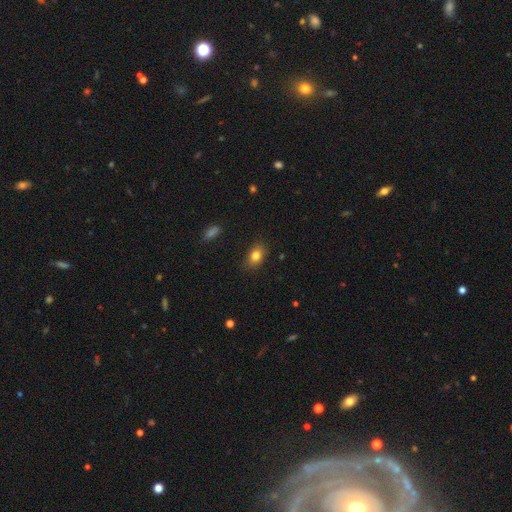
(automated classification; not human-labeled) The model was most divided on "how rounded": in between: 76%, round: 22%, cigar-shaped: 2%. More confident: merging — none (84%); smooth or featured — smooth (82%).